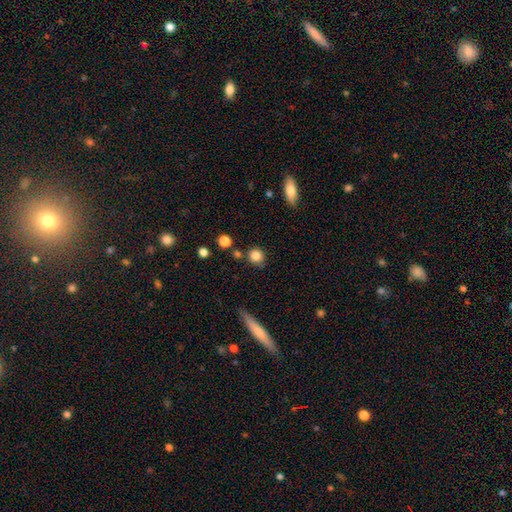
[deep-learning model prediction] Smooth or featured?
  - smooth: 84% *
  - star or artifact: 10%
  - featured or disk: 6%
How rounded?
  - round: 89% *
  - in between: 10%
  - cigar-shaped: 1%
Merging?
  - none: 76% *
  - minor disturbance: 12%
  - merger: 8%
  - major disturbance: 3%